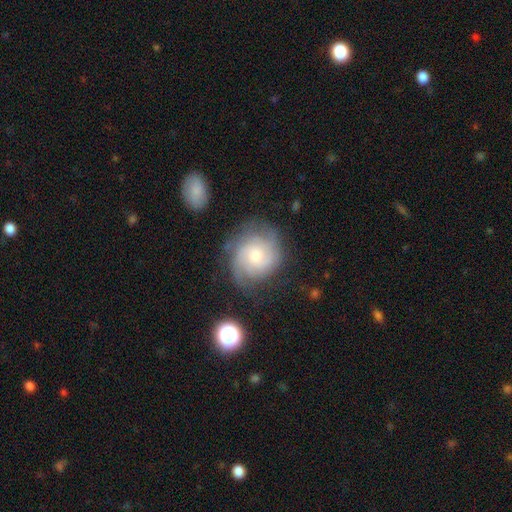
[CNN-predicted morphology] A featured or disk galaxy (70%) with no bar (69%), tight (57%) spiral arms (92%) and a moderate central bulge (47%).

Vote fractions:
- Smooth or featured? featured or disk: 70% / smooth: 23% / star or artifact: 8%
- Edge-on disk? no: 98% / yes: 2%
- Bar? no: 69% / weak: 27% / strong: 3%
- Spiral arms? yes: 92% / no: 8%
- Spiral winding? tight: 57% / medium: 34% / loose: 10%
- Spiral arm count? can't tell: 34% / 2: 27% / 3: 22% / 4: 7% / 1: 5% / more than 4: 5%
- Bulge size? moderate: 47% / small: 42% / large: 7% / none: 3% / dominant: 1%
- Merging? none: 69% / minor disturbance: 19% / major disturbance: 10% / merger: 2%